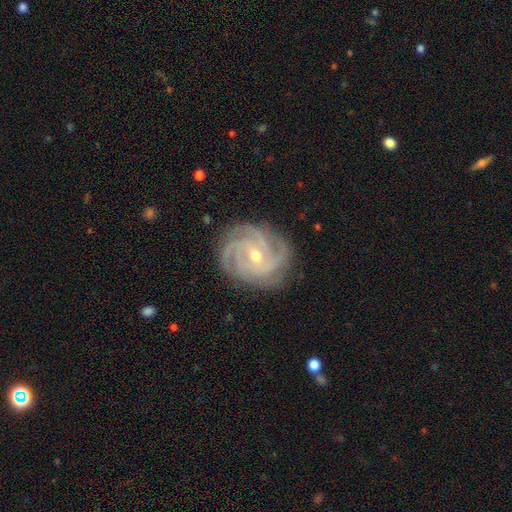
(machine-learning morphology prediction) This is clearly a featured or disk galaxy (91%). It is clearly not viewed edge-on (98%). Bar: possibly no (53%). Spiral arm pattern: clearly yes (99%). Spiral arm count: marginally 4 (41%). Spiral winding: likely tight (73%). Central bulge: possibly small (52%). Merging: clearly none (83%).